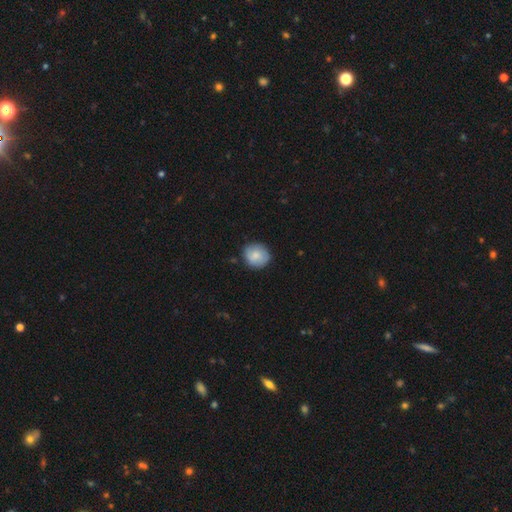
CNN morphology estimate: type=smooth (79%); roundness=round (86%); merging=none (83%).